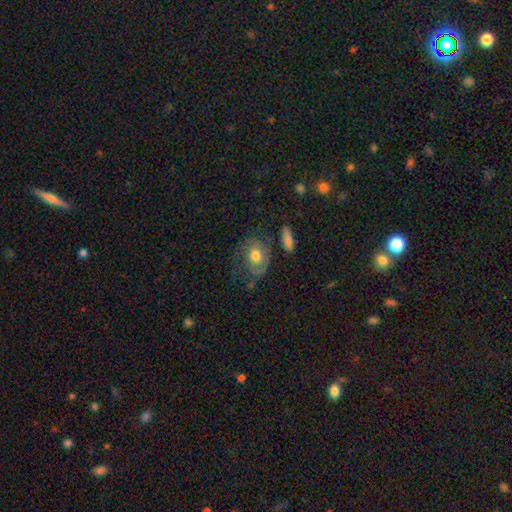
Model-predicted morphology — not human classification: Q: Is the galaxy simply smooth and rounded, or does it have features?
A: smooth — 54%.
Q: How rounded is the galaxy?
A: in between — 56%.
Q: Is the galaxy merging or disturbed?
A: none — 53%.